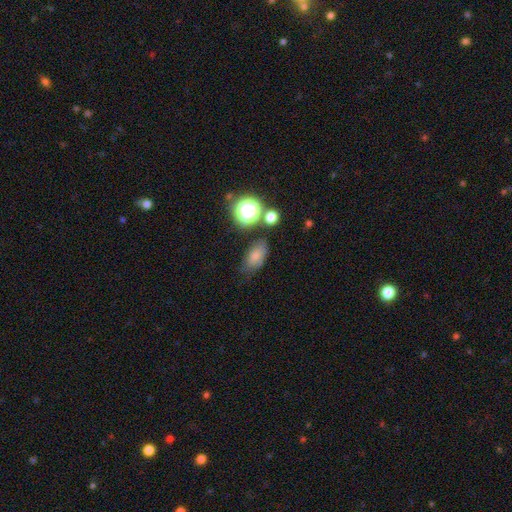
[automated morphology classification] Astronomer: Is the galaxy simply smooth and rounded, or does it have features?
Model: smooth — 69%.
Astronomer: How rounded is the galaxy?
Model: in between — 82%.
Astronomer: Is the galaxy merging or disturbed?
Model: none — 63%.